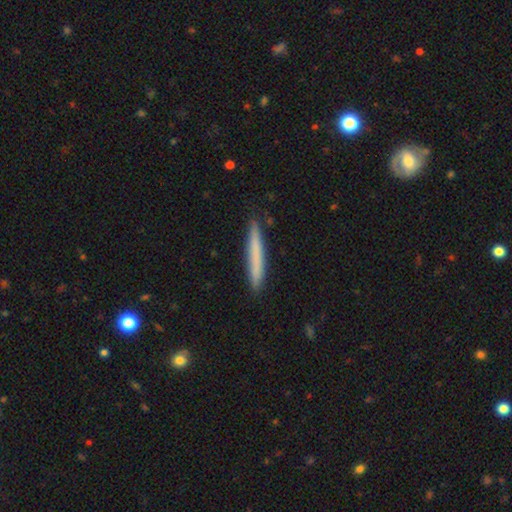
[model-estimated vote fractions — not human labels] Smooth or featured: smooth — 71% (featured or disk — 23%)
How rounded: cigar-shaped — 96% (in between — 2%)
Merging: none — 89% (minor disturbance — 8%)